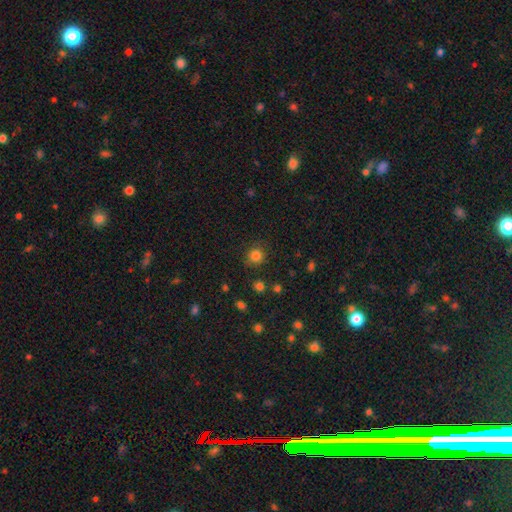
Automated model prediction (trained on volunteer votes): Smooth or featured? Predicted: smooth (p=0.83). How rounded? Predicted: round (p=0.89). Merging? Predicted: none (p=0.85).